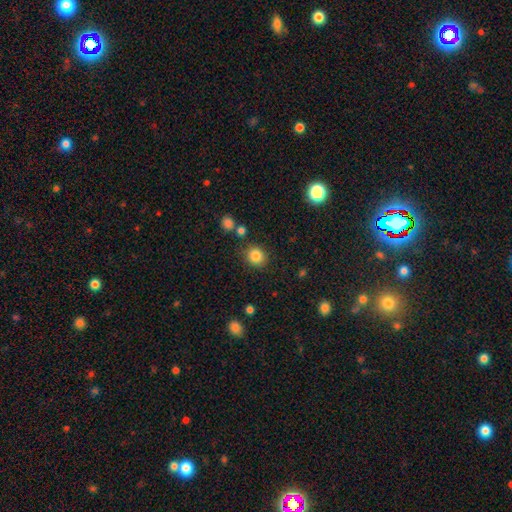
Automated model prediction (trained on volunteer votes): This is clearly a smooth galaxy (84%). How rounded: clearly round (84%). Merging: clearly none (84%).